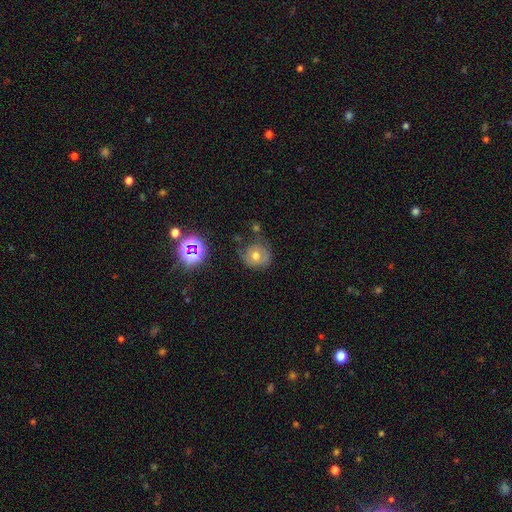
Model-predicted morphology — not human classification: This is possibly a smooth galaxy (57%). How rounded: clearly round (84%). Merging: likely none (64%).